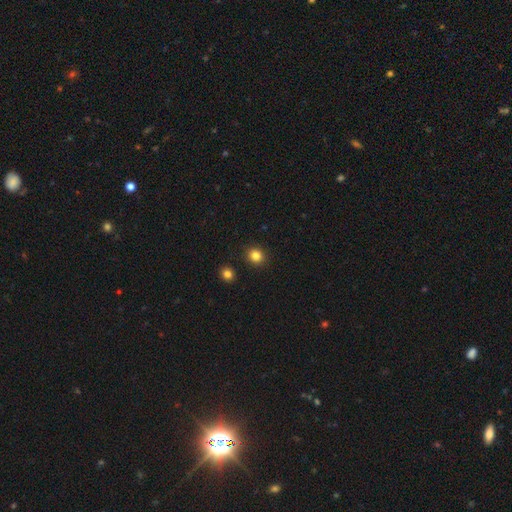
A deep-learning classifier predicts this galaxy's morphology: smooth-or-featured: smooth: 84% | star or artifact: 12% | featured or disk: 4%
  how-rounded: round: 81% | in between: 18% | cigar-shaped: 1%
  merging: none: 91% | minor disturbance: 6% | merger: 2% | major disturbance: 2%